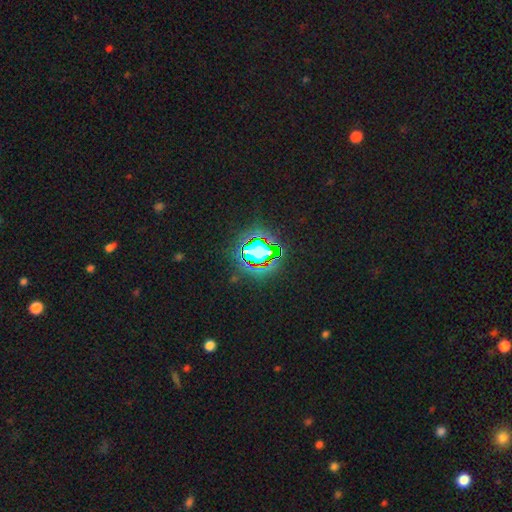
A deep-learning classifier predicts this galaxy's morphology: Smooth or featured? Predicted: star or artifact (p=0.81).